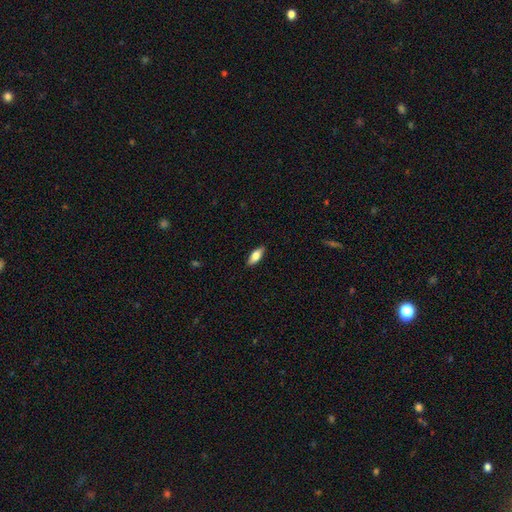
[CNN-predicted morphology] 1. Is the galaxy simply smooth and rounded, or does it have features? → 70% smooth, 24% featured or disk, 6% star or artifact.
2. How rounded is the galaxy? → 74% in between, 24% cigar-shaped, 3% round.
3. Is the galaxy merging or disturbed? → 88% none, 9% minor disturbance, 2% major disturbance, 1% merger.